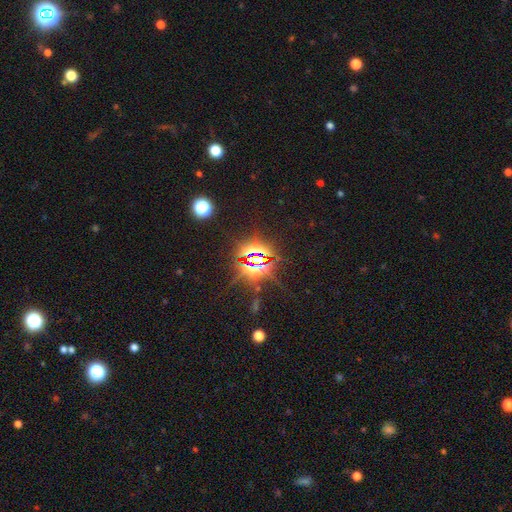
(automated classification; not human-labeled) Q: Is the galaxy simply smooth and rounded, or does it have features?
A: star or artifact — 84%.